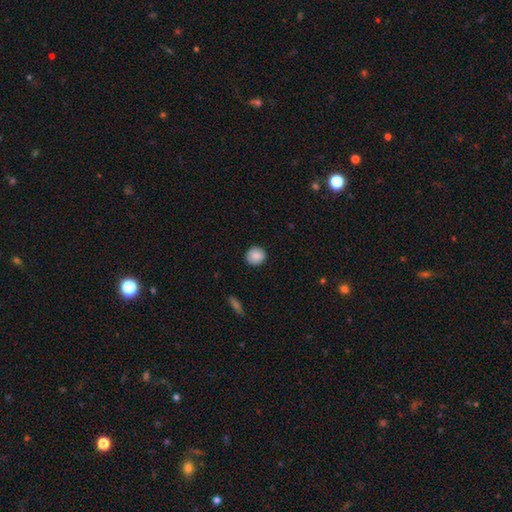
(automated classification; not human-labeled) The model was most divided on "how rounded": round: 88%, in between: 11%, cigar-shaped: 1%. More confident: merging — none (90%); smooth or featured — smooth (88%).